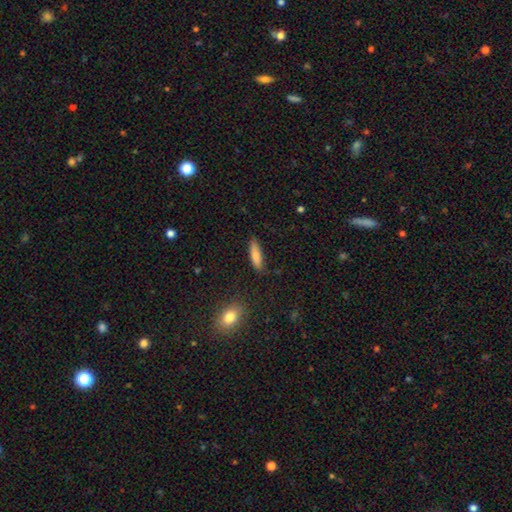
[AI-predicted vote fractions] The model was most divided on "how rounded": cigar-shaped: 62%, in between: 36%, round: 2%. More confident: merging — none (81%); smooth or featured — smooth (81%).